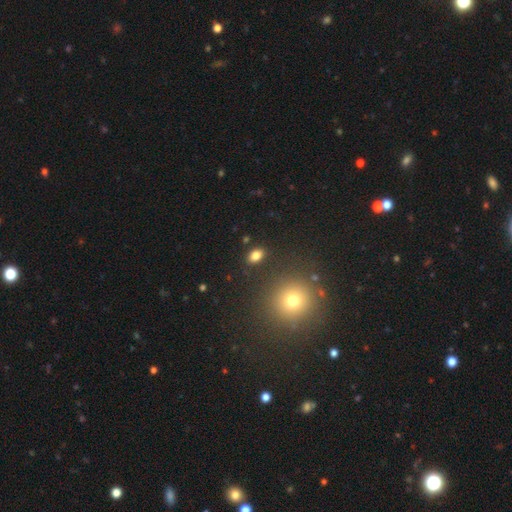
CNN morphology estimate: This appears to be a smooth galaxy with no disk features (82%) that is in between round and cigar-shaped (85%). Merging: none (87%).